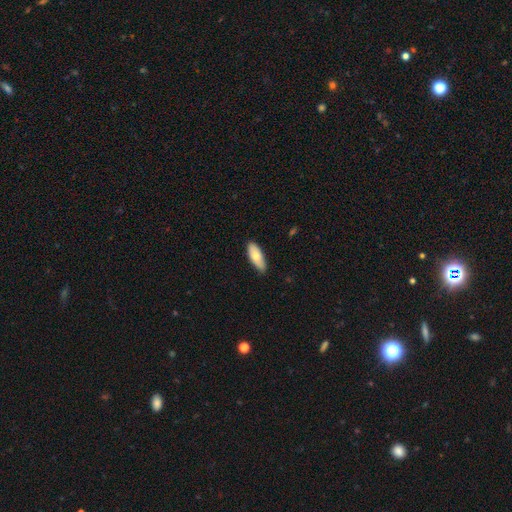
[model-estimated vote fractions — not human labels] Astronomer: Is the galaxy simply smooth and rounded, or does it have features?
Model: smooth — 75%.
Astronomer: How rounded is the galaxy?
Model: in between — 76%.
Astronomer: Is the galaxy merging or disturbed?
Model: none — 82%.